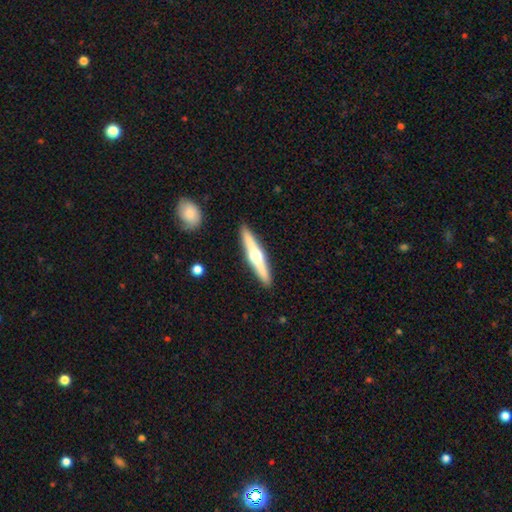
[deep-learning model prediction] Smooth or featured? featured or disk (66%)
Edge-on disk? yes (96%)
Edge-on bulge? rounded (95%)
Merging? none (91%)